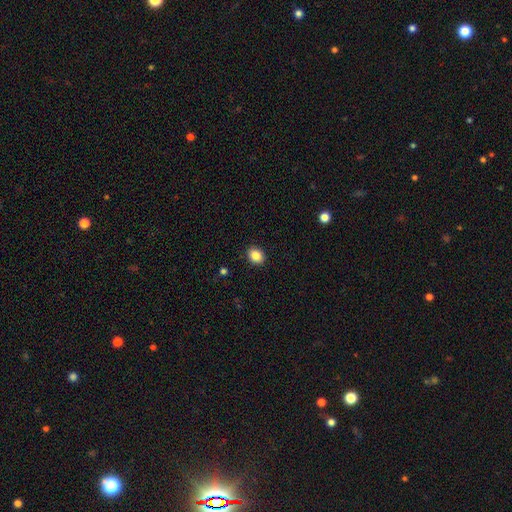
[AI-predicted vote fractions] This is clearly a smooth galaxy (86%). How rounded: possibly in between (57%). Merging: clearly none (90%).